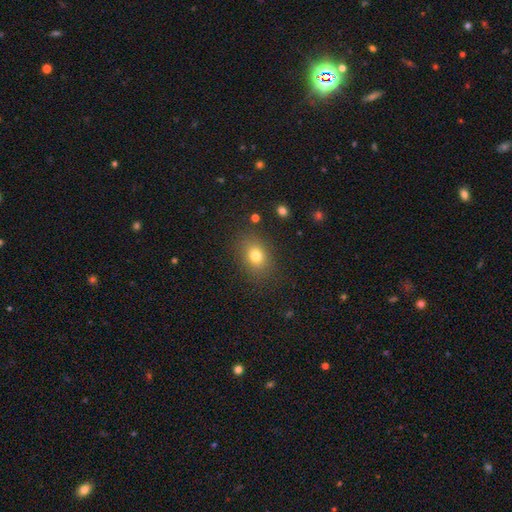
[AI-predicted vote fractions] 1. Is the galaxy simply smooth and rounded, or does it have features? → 76% smooth, 14% star or artifact, 10% featured or disk.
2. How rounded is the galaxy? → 56% in between, 43% round, 1% cigar-shaped.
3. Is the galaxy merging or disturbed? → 84% none, 11% minor disturbance, 4% major disturbance, 2% merger.